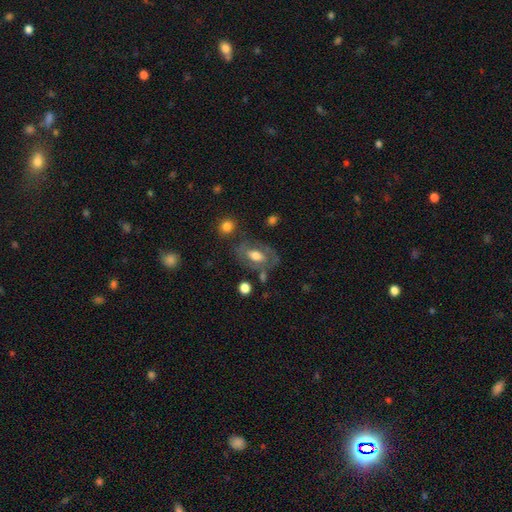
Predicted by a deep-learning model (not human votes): A featured or disk galaxy (49%). Merging: none (59%).